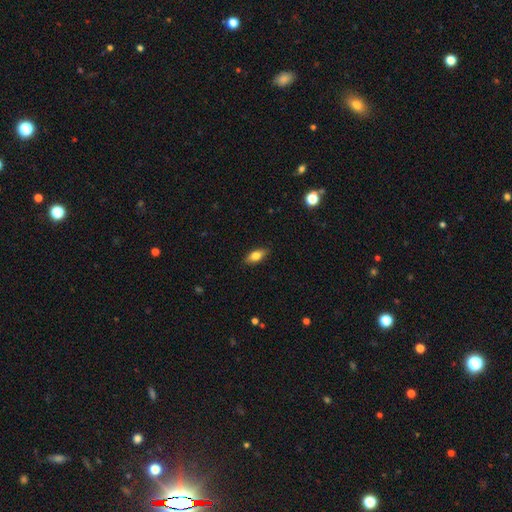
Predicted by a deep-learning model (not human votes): Smooth or featured: smooth — 73% (featured or disk — 19%)
How rounded: in between — 79% (cigar-shaped — 16%)
Merging: none — 87% (minor disturbance — 10%)